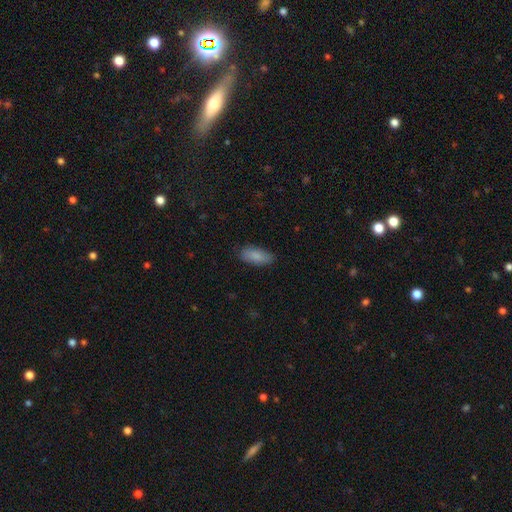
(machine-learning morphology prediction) smooth-or-featured: smooth: 87% | featured or disk: 6% | star or artifact: 6%
  how-rounded: in between: 86% | cigar-shaped: 13% | round: 2%
  merging: none: 85% | minor disturbance: 12% | major disturbance: 2% | merger: 1%